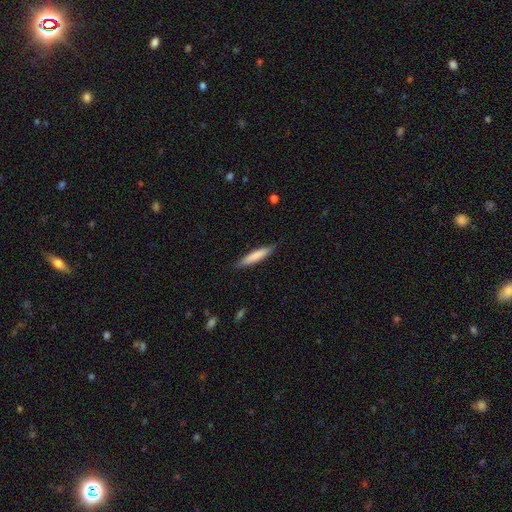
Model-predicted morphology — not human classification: smooth_or_featured: smooth (p=0.77) [alt: featured or disk p=0.18]
how_rounded: cigar-shaped (p=0.89) [alt: in between p=0.10]
merging: none (p=0.87) [alt: minor disturbance p=0.10]